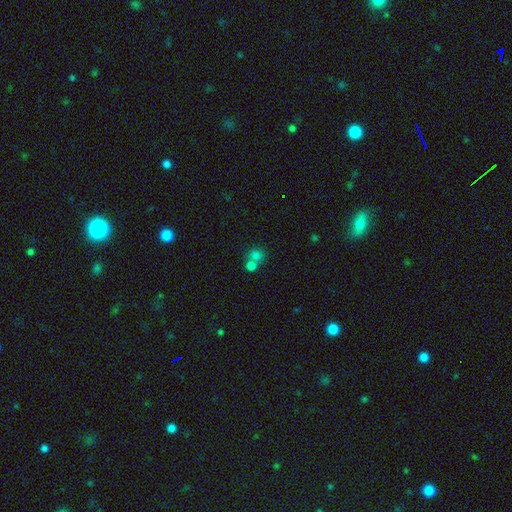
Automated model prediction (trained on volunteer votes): Q: Smooth or featured?
A: smooth (75%); runner-up: star or artifact (15%)
Q: How rounded?
A: round (79%); runner-up: in between (20%)
Q: Merging?
A: merger (49%); runner-up: none (41%)